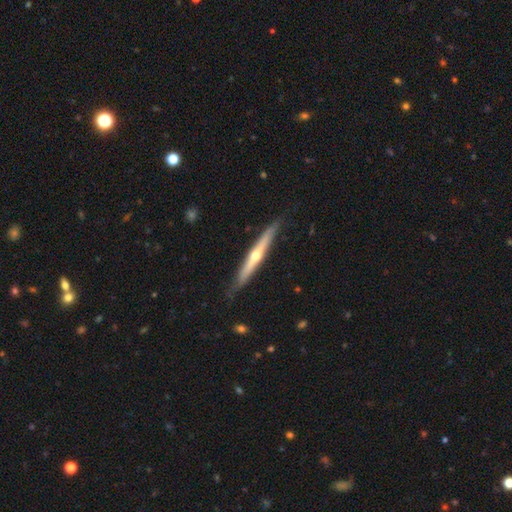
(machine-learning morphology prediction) Overall: featured or disk (68%). Edge-on disk: yes (96%). Edge-on bulge: rounded (85%). Merging: none (85%).